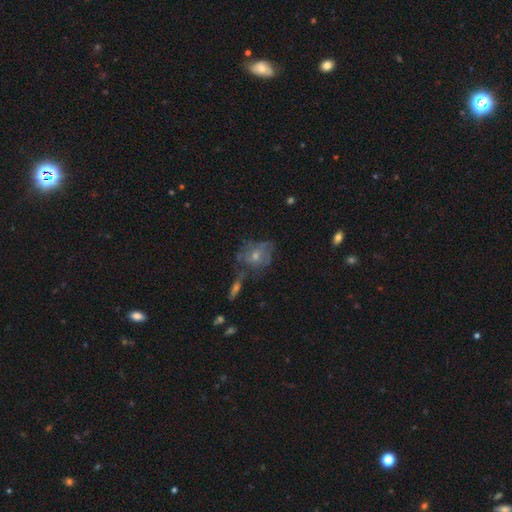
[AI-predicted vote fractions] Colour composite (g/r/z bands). It shows a featured or disk galaxy (51%). Merging: none (55%).